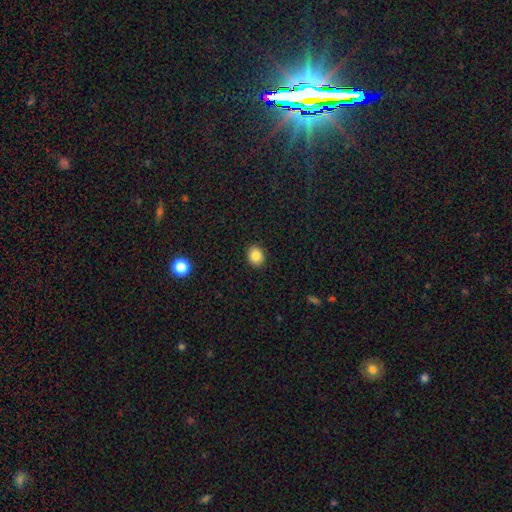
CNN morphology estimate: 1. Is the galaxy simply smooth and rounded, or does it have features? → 85% smooth, 10% star or artifact, 5% featured or disk.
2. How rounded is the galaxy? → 64% round, 35% in between, 1% cigar-shaped.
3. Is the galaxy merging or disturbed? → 90% none, 7% minor disturbance, 2% major disturbance, 1% merger.